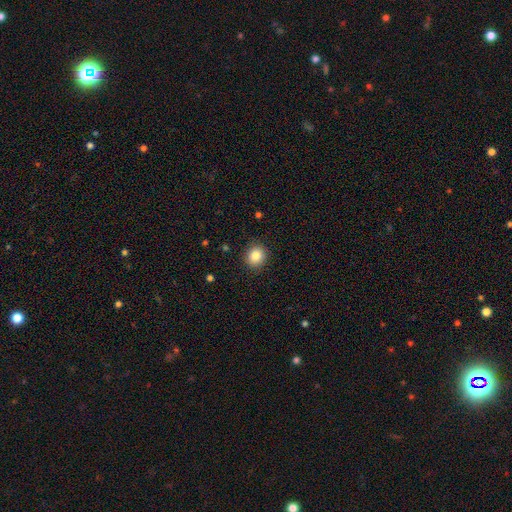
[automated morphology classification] Smooth or featured: smooth — 84% (star or artifact — 10%)
How rounded: round — 83% (in between — 16%)
Merging: none — 90% (minor disturbance — 7%)